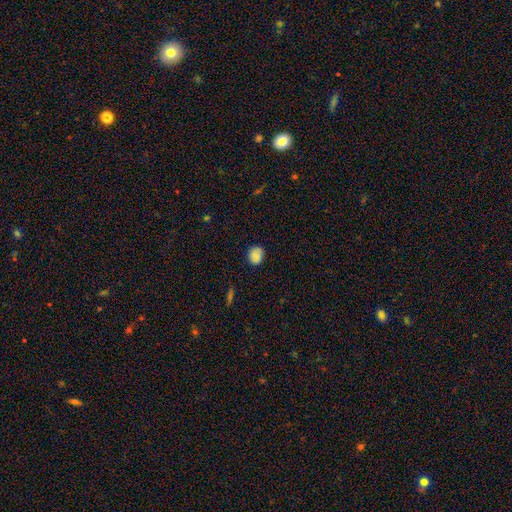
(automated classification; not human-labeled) The model was most divided on "how rounded": round: 70%, in between: 29%, cigar-shaped: 1%. More confident: smooth or featured — smooth (85%); merging — none (83%).